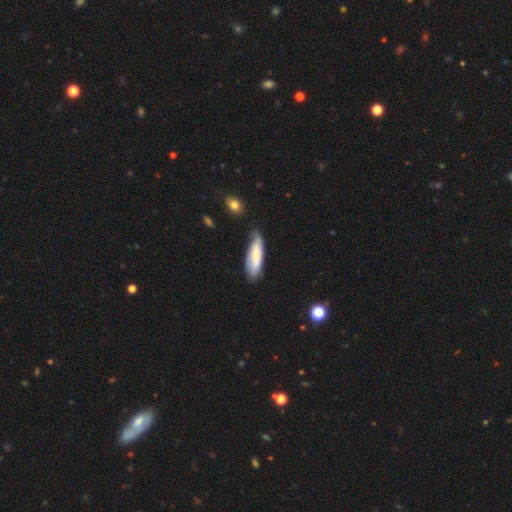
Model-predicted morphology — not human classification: This is likely a smooth galaxy (66%). How rounded: possibly cigar-shaped (52%). Merging: possibly none (57%).